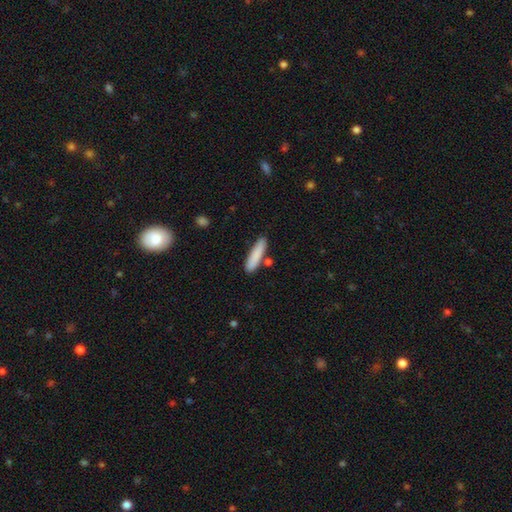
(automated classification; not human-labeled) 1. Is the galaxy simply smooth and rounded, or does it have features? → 85% smooth, 9% featured or disk, 6% star or artifact.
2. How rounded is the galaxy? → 80% cigar-shaped, 19% in between, 1% round.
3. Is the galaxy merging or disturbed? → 81% none, 11% minor disturbance, 5% merger, 2% major disturbance.